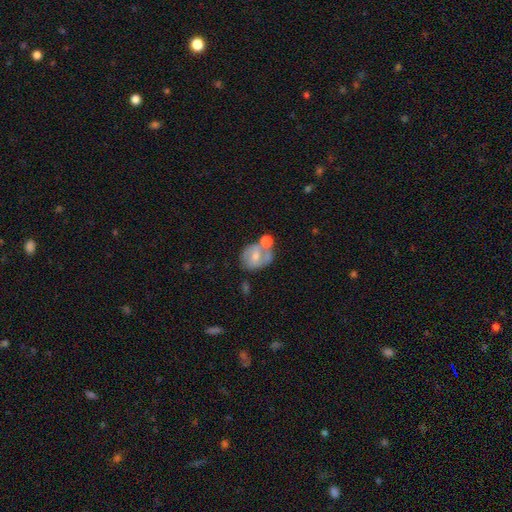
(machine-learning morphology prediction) This appears to be a featured or disk galaxy (49%). Merging: none (39%).